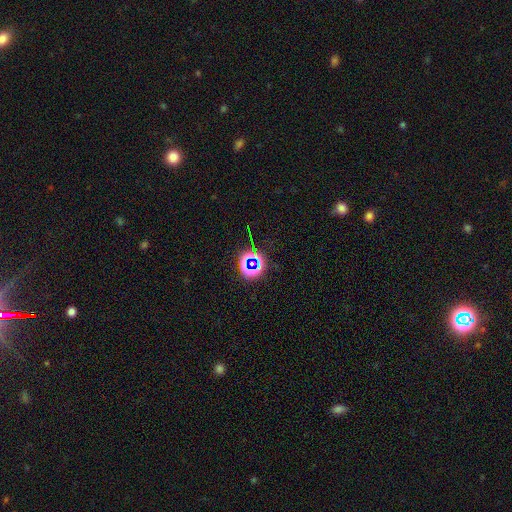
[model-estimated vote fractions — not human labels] smooth-or-featured: star or artifact: 73% | smooth: 18% | featured or disk: 9%